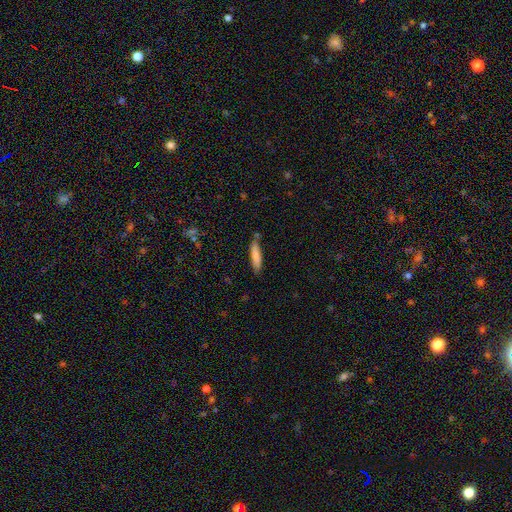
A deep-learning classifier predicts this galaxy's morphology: This is clearly a smooth galaxy (82%). How rounded: clearly cigar-shaped (82%). Merging: likely none (76%).